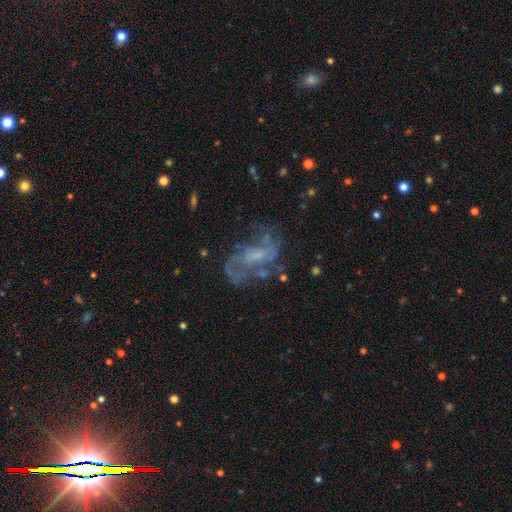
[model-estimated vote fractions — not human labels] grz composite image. It shows a featured or disk galaxy (73%) with no bar (45%), 2 (61%) loose (46%) spiral arms (76%) and a small central bulge (39%). Merging: none (53%).